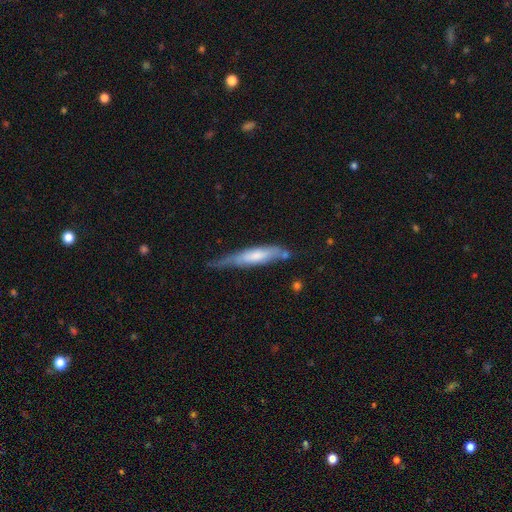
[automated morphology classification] smooth_or_featured: smooth (p=0.54) [alt: featured or disk p=0.40]
how_rounded: cigar-shaped (p=0.81) [alt: in between p=0.18]
merging: none (p=0.45) [alt: minor disturbance p=0.35]